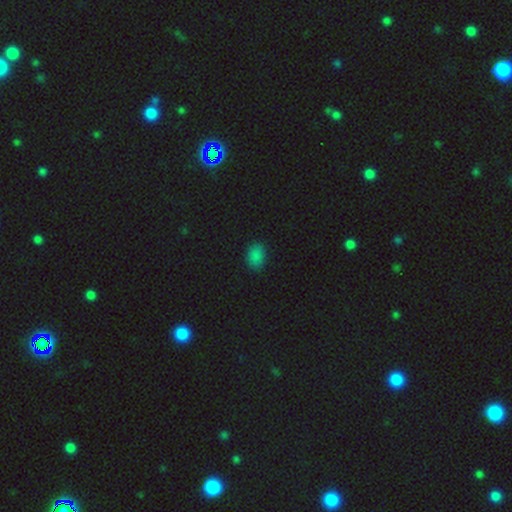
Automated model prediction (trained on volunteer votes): This is clearly a smooth galaxy (82%). How rounded: likely in between (78%). Merging: clearly none (86%).